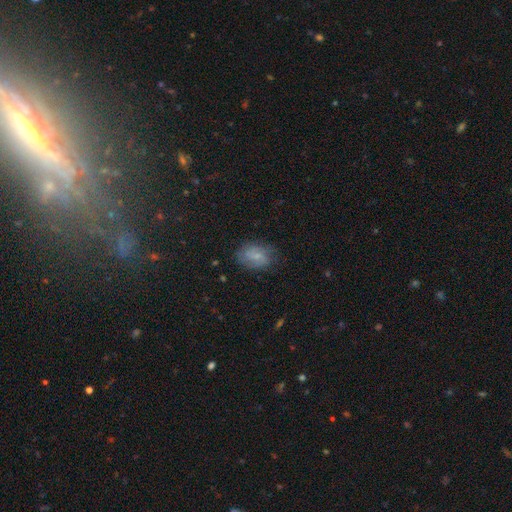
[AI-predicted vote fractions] Overall: smooth (57%; featured or disk 34%). How rounded: in between (79%). Merging: none (70%).